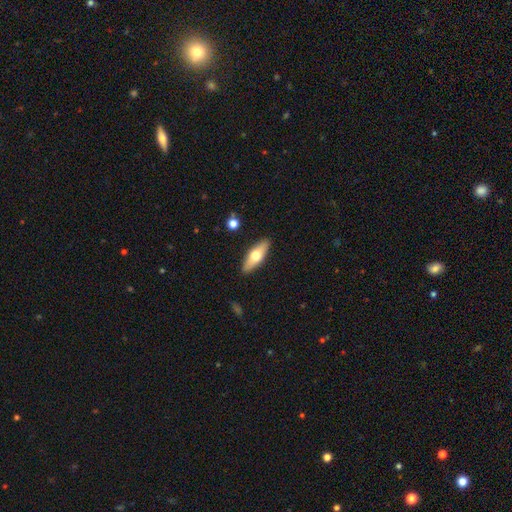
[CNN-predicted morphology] A smooth galaxy with no disk features (54%) that is in between round and cigar-shaped (59%).

Vote fractions:
- Smooth or featured? smooth: 54% / featured or disk: 40% / star or artifact: 6%
- How rounded? in between: 59% / cigar-shaped: 38% / round: 3%
- Merging? none: 89% / minor disturbance: 8% / major disturbance: 2% / merger: 1%